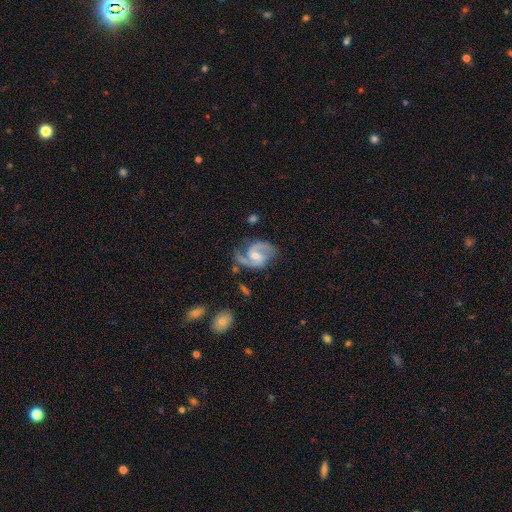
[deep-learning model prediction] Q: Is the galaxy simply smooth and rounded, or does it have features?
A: featured or disk — 89%.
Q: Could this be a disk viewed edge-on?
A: no — 98%.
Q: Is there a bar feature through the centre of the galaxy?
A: weak — 53%.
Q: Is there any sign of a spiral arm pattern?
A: yes — 97%.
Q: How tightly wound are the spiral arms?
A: medium — 60%.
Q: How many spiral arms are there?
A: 2 — 90%.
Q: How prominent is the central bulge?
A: moderate — 48%.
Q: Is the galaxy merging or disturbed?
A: none — 66%.